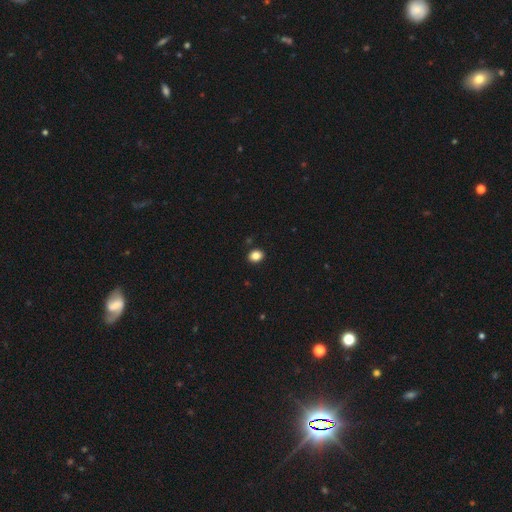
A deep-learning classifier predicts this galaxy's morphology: This appears to be a smooth galaxy with no disk features (85%) that is round (50%). Merging: none (90%).